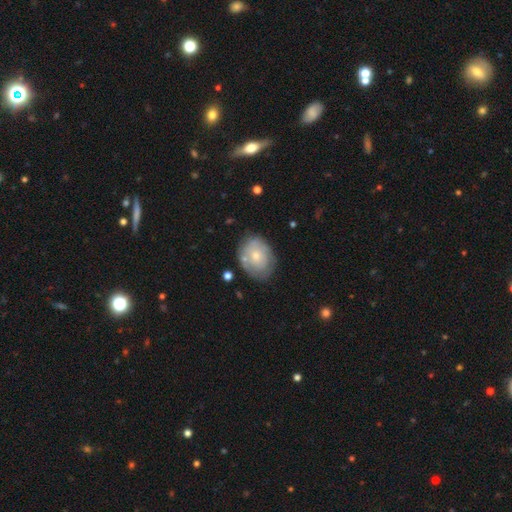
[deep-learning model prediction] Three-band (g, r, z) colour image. It shows a smooth galaxy with no disk features (50%). Merging: none (65%).